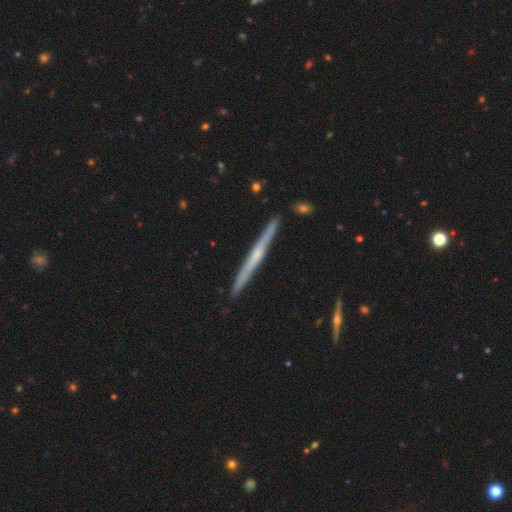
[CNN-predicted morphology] Overall: featured or disk (71%). Edge-on disk: yes (98%). Edge-on bulge: rounded (49%; none 45%). Merging: none (91%).